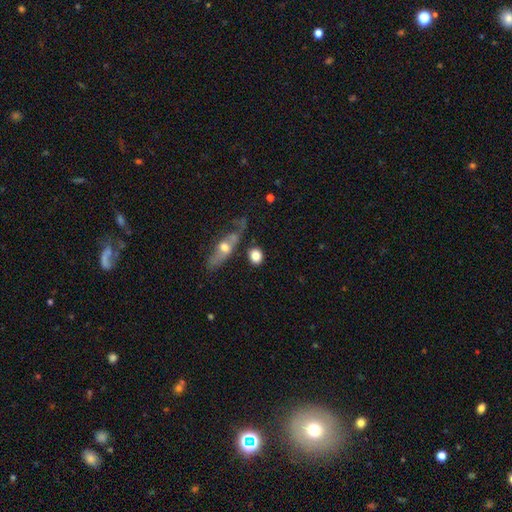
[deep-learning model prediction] This is likely a smooth galaxy (80%). How rounded: possibly round (58%). Merging: likely none (70%).